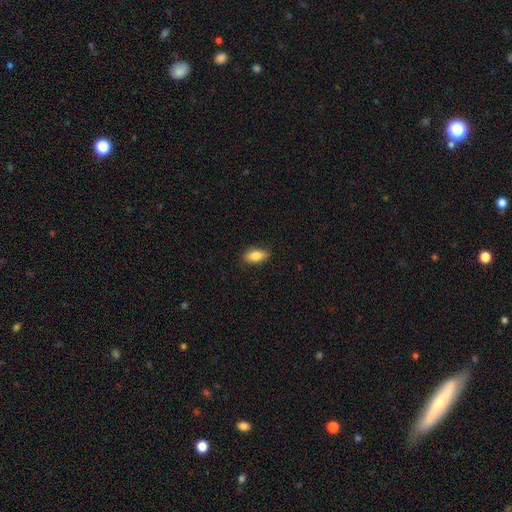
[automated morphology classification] type=smooth (82%); roundness=in between (85%); merging=none (85%).